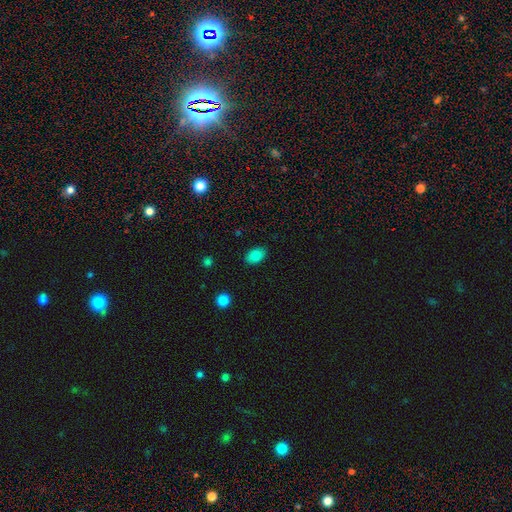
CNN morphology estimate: This is clearly a smooth galaxy (82%). How rounded: clearly in between (86%). Merging: clearly none (88%).